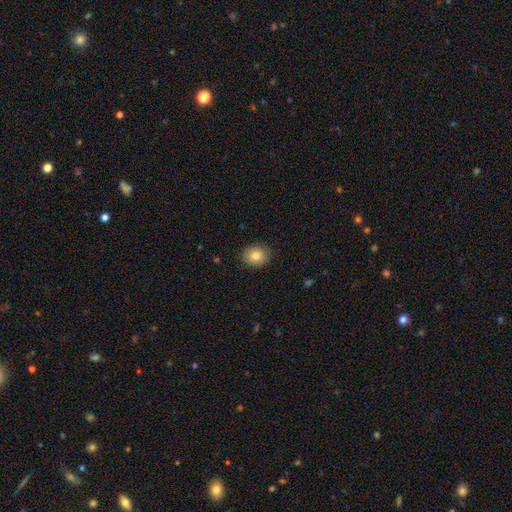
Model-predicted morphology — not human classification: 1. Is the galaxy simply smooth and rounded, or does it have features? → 83% smooth, 9% star or artifact, 8% featured or disk.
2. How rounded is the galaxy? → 63% round, 36% in between, 1% cigar-shaped.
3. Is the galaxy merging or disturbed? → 87% none, 10% minor disturbance, 2% major disturbance, 1% merger.